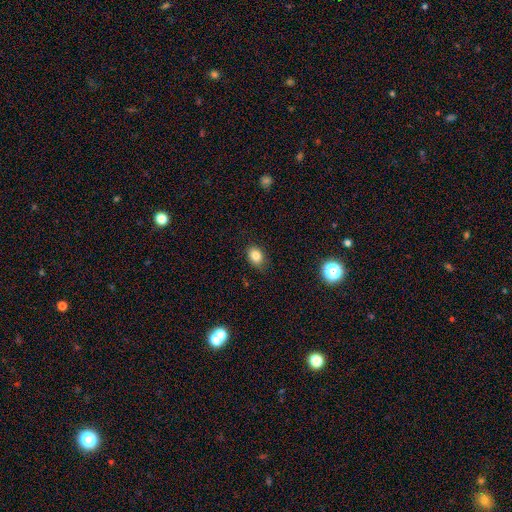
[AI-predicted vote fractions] This appears to be a smooth galaxy with no disk features (83%) that is in between round and cigar-shaped (67%). Merging: none (82%).